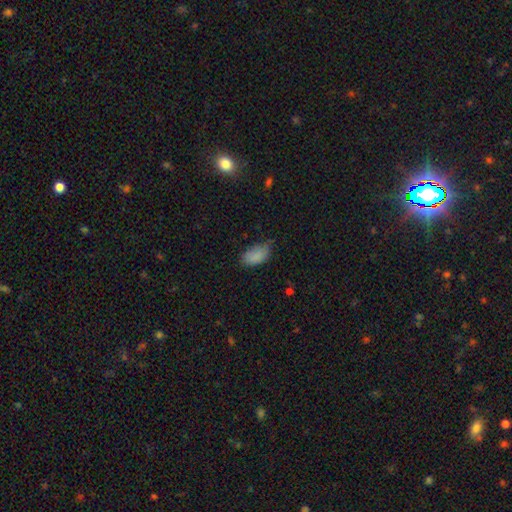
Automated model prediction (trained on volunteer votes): Smooth or featured? smooth (86%)
How rounded? in between (94%)
Merging? none (57%)